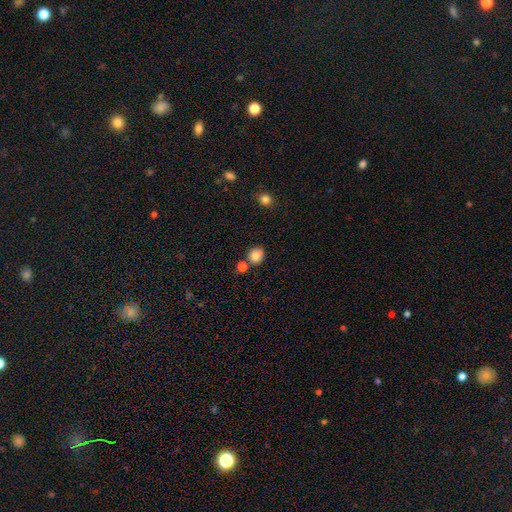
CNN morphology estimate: type=smooth (85%); roundness=round (81%); merging=none (72%).